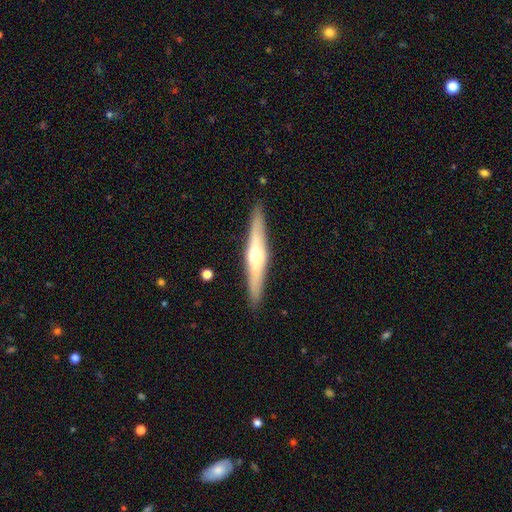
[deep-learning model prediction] This appears to be a featured or disk galaxy (64%) viewed edge-on (96%) with a rounded central bulge (90%). Merging: none (91%).